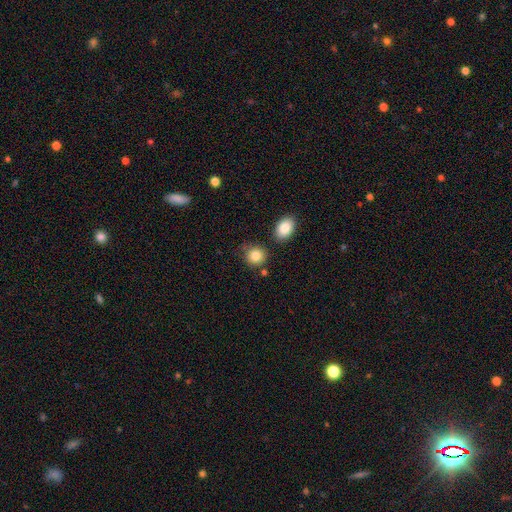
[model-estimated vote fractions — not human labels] This is clearly a smooth galaxy (85%). How rounded: likely round (79%). Merging: likely none (74%).